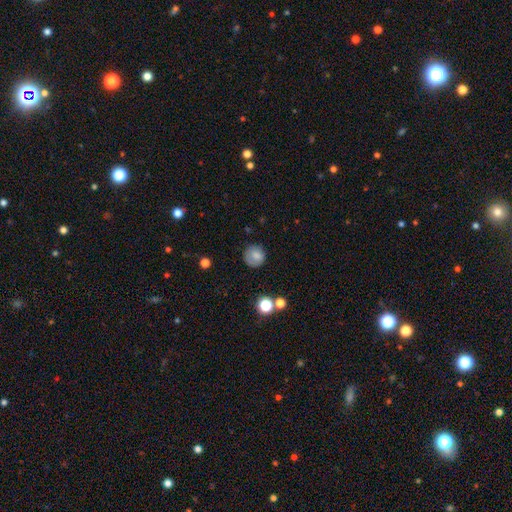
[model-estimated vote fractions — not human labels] This is likely a smooth galaxy (77%). How rounded: clearly round (89%). Merging: likely none (76%).